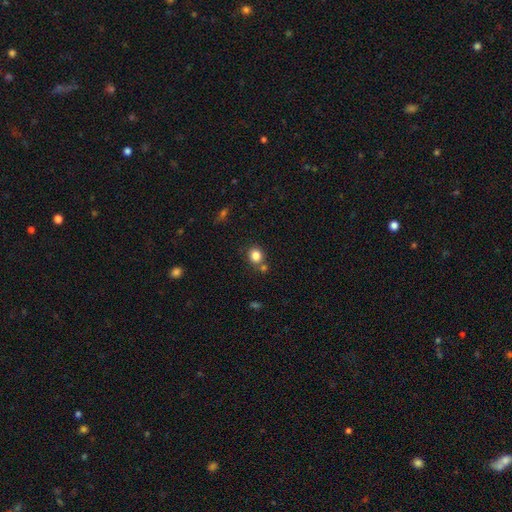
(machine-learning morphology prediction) This is clearly a smooth galaxy (83%). How rounded: likely round (75%). Merging: likely none (69%).